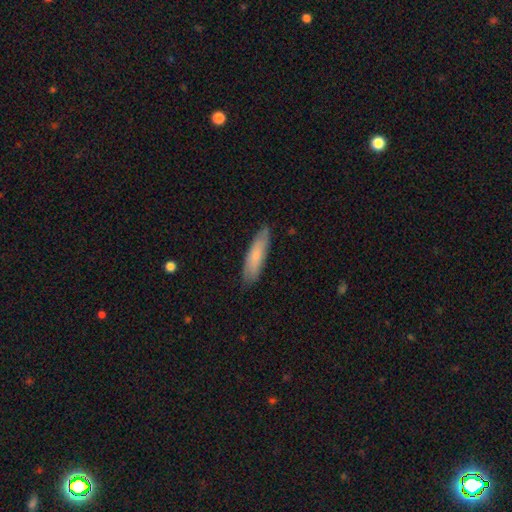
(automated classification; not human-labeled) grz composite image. It shows a smooth galaxy with no disk features (73%) that is cigar-shaped (68%). Merging: none (83%).